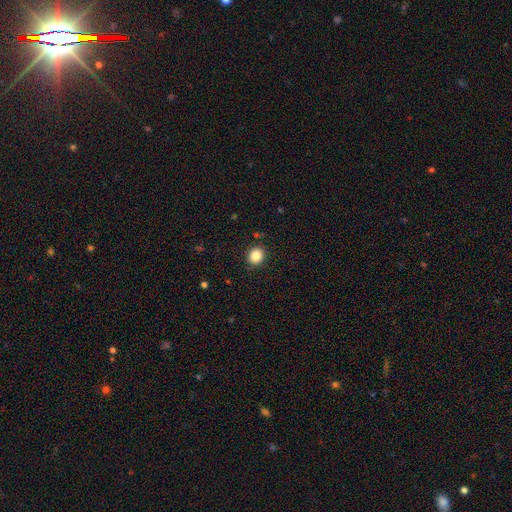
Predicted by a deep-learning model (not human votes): Morphology: type=smooth (86%); roundness=round (75%); merging=none (90%).